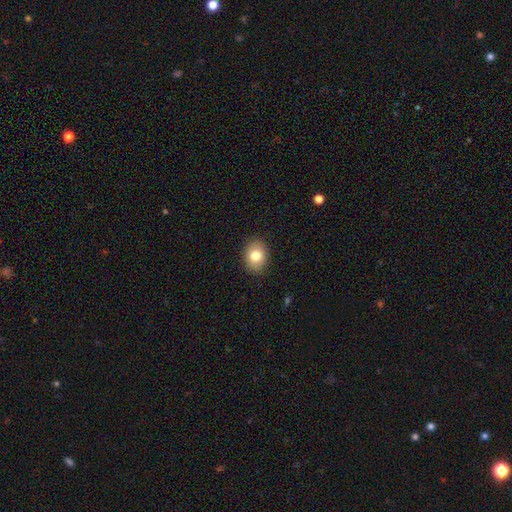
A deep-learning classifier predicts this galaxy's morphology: Smooth or featured? smooth (80%)
How rounded? in between (57%)
Merging? none (88%)